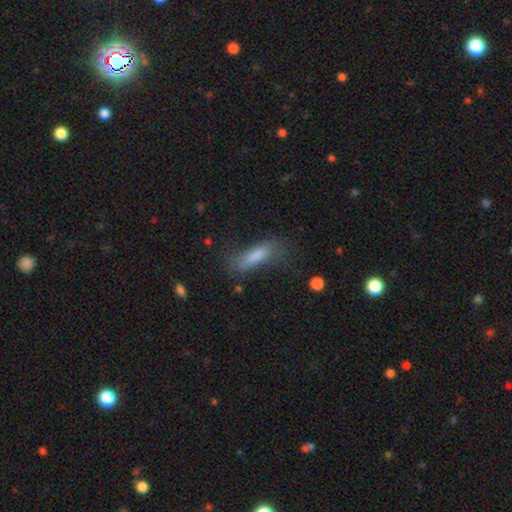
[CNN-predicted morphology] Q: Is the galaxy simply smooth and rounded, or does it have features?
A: smooth — 73%.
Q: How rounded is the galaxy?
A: cigar-shaped — 62%.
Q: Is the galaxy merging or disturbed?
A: none — 62%.